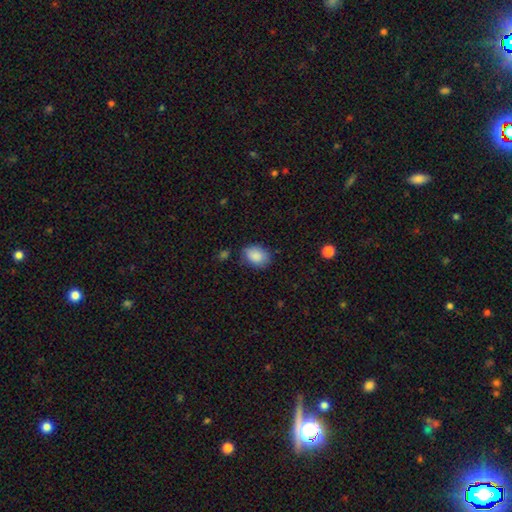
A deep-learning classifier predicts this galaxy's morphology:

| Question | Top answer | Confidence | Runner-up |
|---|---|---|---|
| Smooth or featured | smooth | 87% | star or artifact (7%) |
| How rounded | in between | 75% | round (24%) |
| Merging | none | 72% | minor disturbance (21%) |